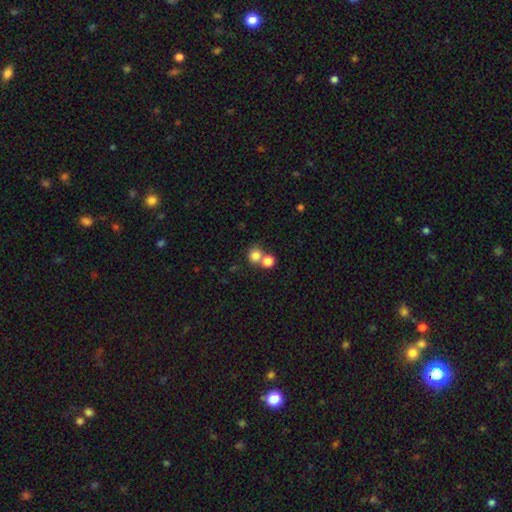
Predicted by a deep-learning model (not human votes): Q: Smooth or featured?
A: smooth (80%); runner-up: star or artifact (12%)
Q: How rounded?
A: round (82%); runner-up: in between (17%)
Q: Merging?
A: none (51%); runner-up: merger (39%)